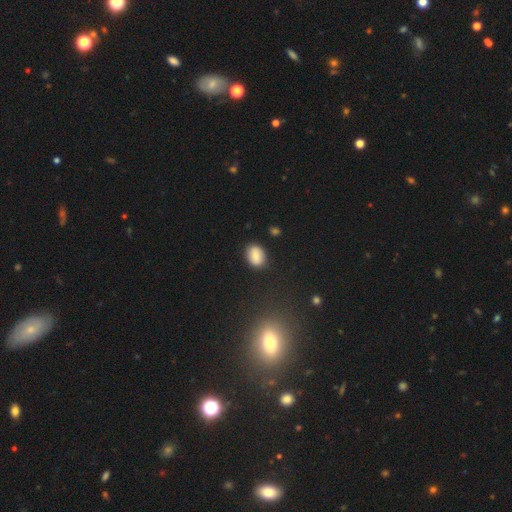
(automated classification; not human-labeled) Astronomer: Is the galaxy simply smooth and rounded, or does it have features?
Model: smooth — 81%.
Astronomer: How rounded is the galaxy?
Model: in between — 74%.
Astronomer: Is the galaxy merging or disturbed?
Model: none — 83%.